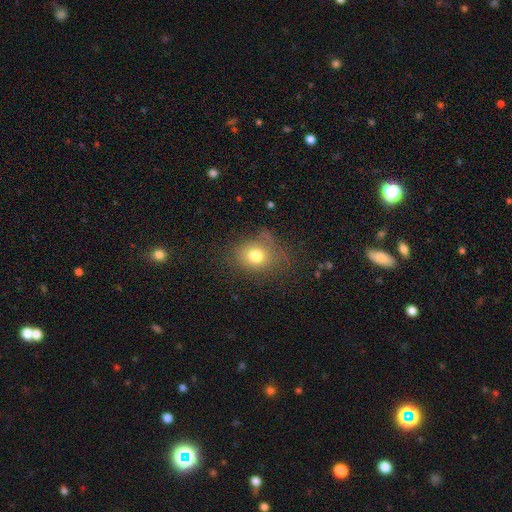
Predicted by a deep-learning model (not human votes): smooth_or_featured: smooth (p=0.74) [alt: star or artifact p=0.14]
how_rounded: round (p=0.63) [alt: in between p=0.36]
merging: none (p=0.63) [alt: minor disturbance p=0.23]